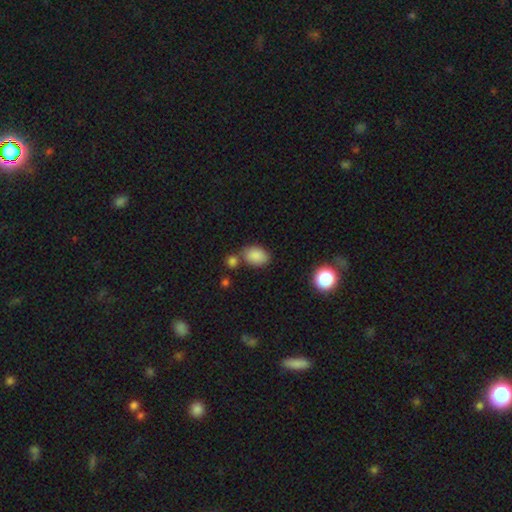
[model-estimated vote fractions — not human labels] The model was most divided on "merging": none: 64%, minor disturbance: 17%, merger: 15%, major disturbance: 4%. More confident: smooth or featured — smooth (86%); how rounded — in between (81%).